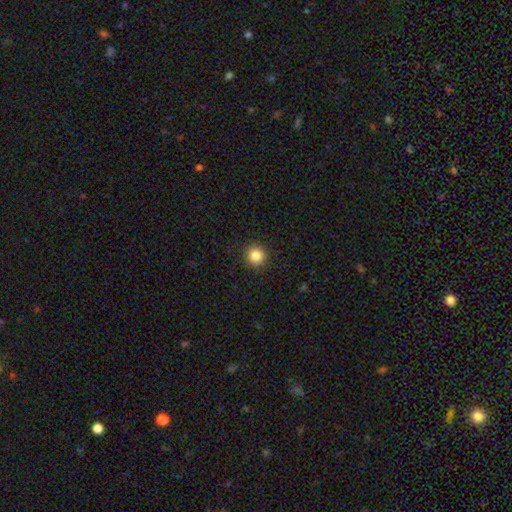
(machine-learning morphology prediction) smooth 85%, star or artifact 11%, featured or disk 4%. Down the decision tree: how rounded — round (95%); merging — none (93%).